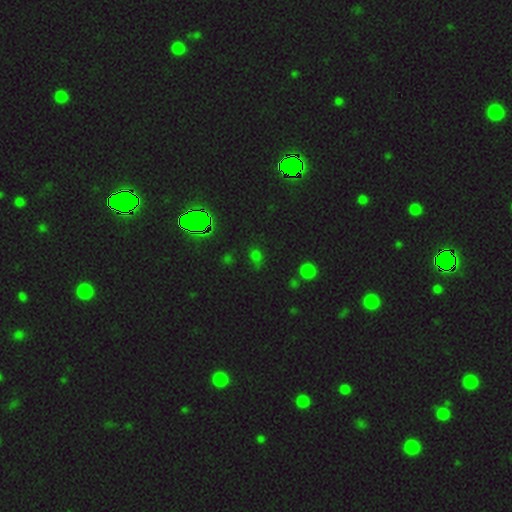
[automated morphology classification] A star or artifact, not a galaxy (51%).